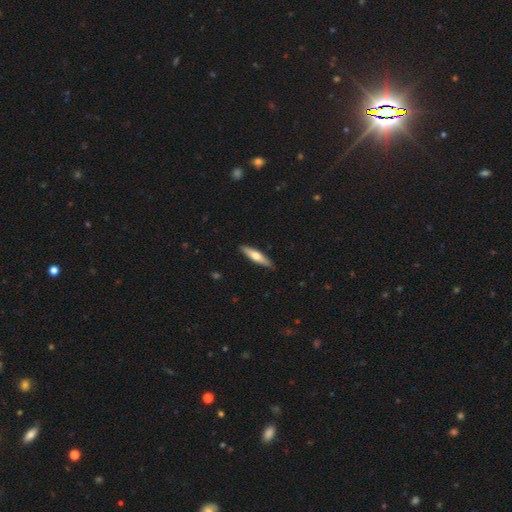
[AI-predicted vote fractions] smooth-or-featured: smooth: 56% | featured or disk: 39% | star or artifact: 5%
  how-rounded: cigar-shaped: 77% | in between: 21% | round: 2%
  merging: none: 89% | minor disturbance: 8% | major disturbance: 1% | merger: 1%